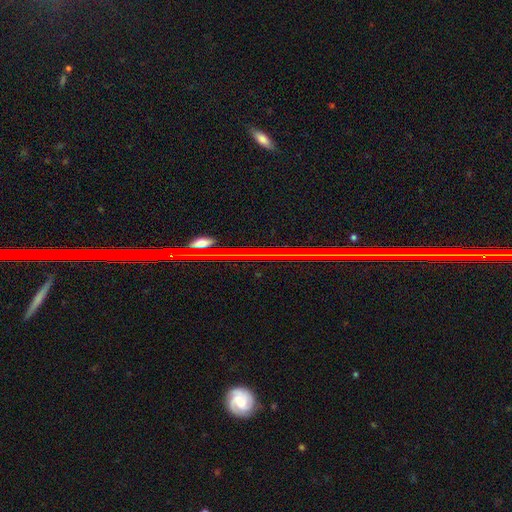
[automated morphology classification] Smooth or featured? star or artifact (84%)